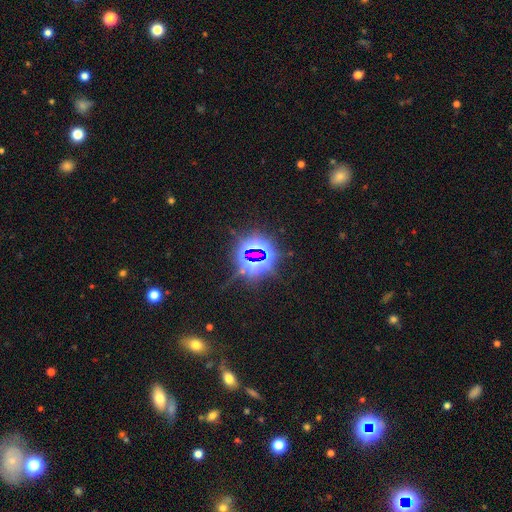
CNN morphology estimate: The model was most divided on "smooth or featured": star or artifact: 82%, smooth: 11%, featured or disk: 8%.